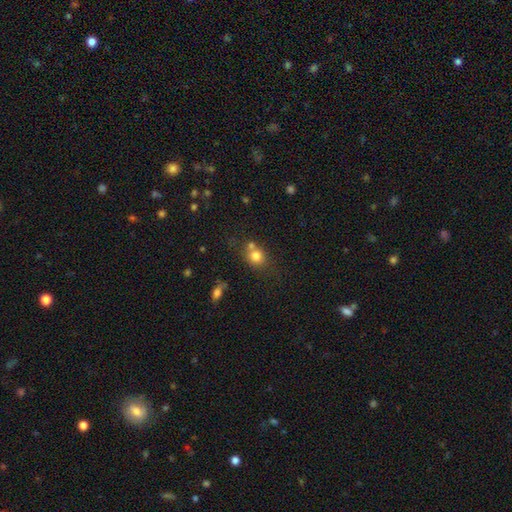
Q: Smooth or featured?
A: smooth (82%); runner-up: featured or disk (11%)
Q: How rounded?
A: round (77%); runner-up: in between (23%)
Q: Merging?
A: none (51%); runner-up: merger (31%)